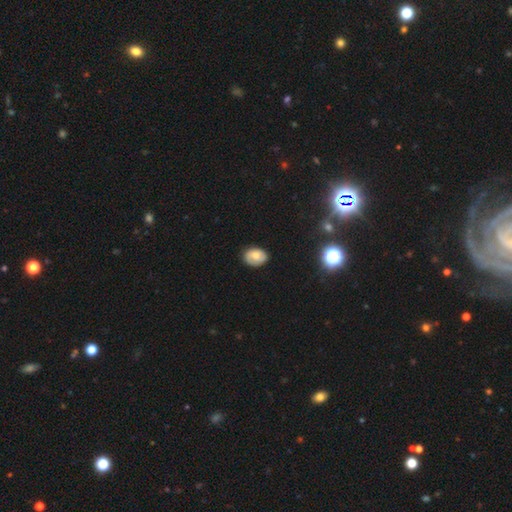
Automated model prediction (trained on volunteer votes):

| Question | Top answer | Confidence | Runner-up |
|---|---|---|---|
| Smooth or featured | smooth | 66% | featured or disk (25%) |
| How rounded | in between | 75% | round (24%) |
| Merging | none | 80% | minor disturbance (16%) |